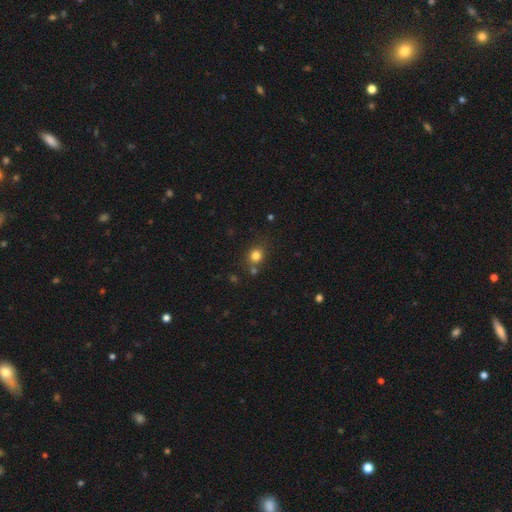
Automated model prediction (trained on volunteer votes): This appears to be a smooth galaxy with no disk features (80%) that is round (77%). Merging: none (71%).